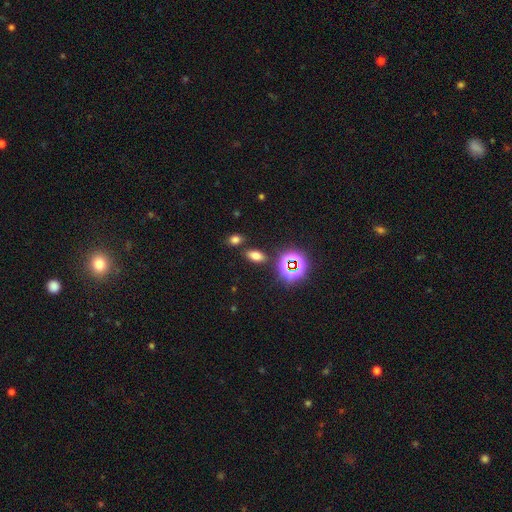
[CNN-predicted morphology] Smooth or featured? Predicted: smooth (p=0.67). How rounded? Predicted: in between (p=0.86). Merging? Predicted: none (p=0.82).